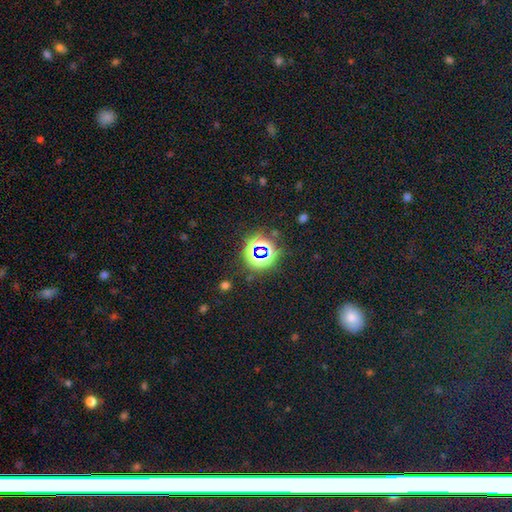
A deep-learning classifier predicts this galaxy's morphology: type=star or artifact (73%).